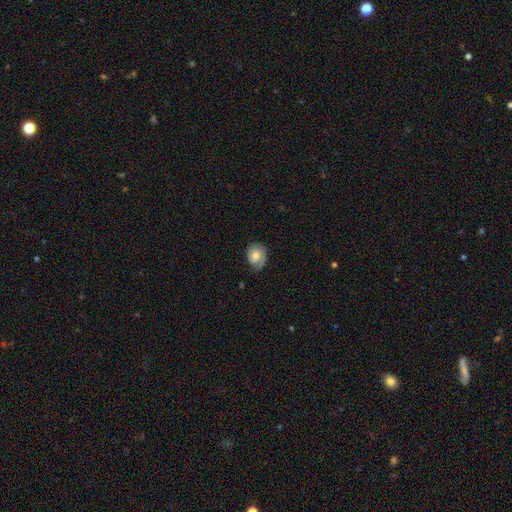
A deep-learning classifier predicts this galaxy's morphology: Smooth or featured?
  - smooth: 51% *
  - featured or disk: 42%
  - star or artifact: 7%
How rounded?
  - in between: 53% *
  - round: 46%
  - cigar-shaped: 1%
Merging?
  - none: 51% *
  - minor disturbance: 30%
  - major disturbance: 17%
  - merger: 2%